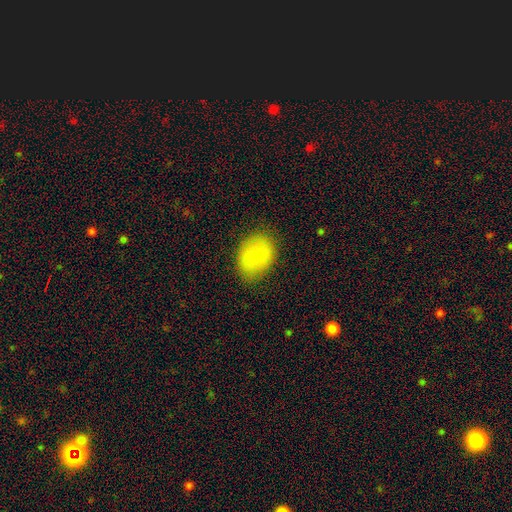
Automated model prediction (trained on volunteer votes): Smooth or featured? Predicted: smooth (p=0.66). How rounded? Predicted: in between (p=0.63). Merging? Predicted: none (p=0.83).